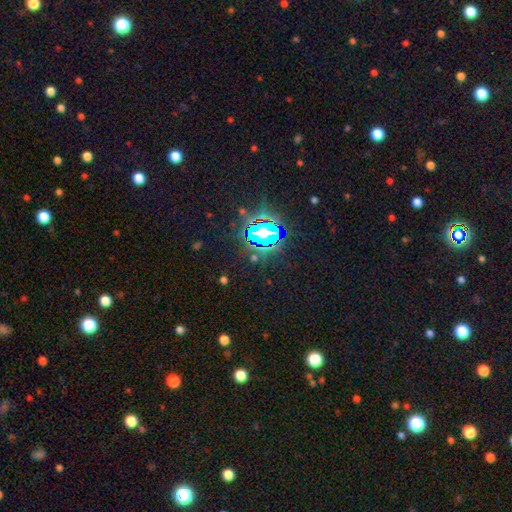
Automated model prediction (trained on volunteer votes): This appears to be a star or artifact, not a galaxy (74%).